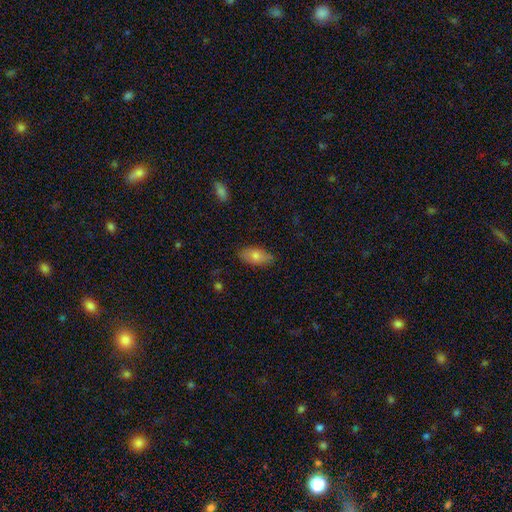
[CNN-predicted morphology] Smooth or featured?
  - smooth: 75% *
  - featured or disk: 17%
  - star or artifact: 7%
How rounded?
  - in between: 90% *
  - cigar-shaped: 6%
  - round: 4%
Merging?
  - none: 79% *
  - minor disturbance: 17%
  - major disturbance: 3%
  - merger: 1%